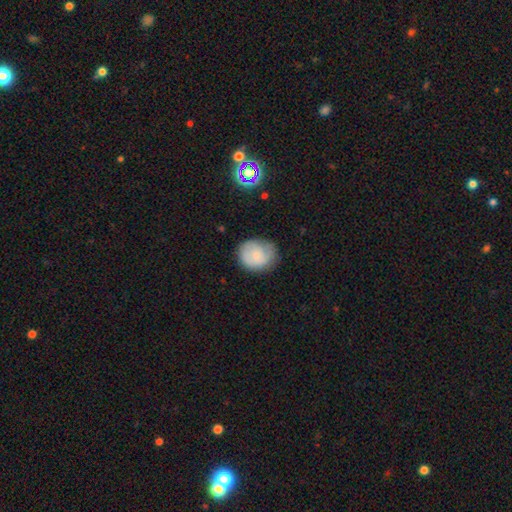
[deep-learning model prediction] This appears to be a smooth galaxy with no disk features (65%) that is round (71%). Merging: none (66%).